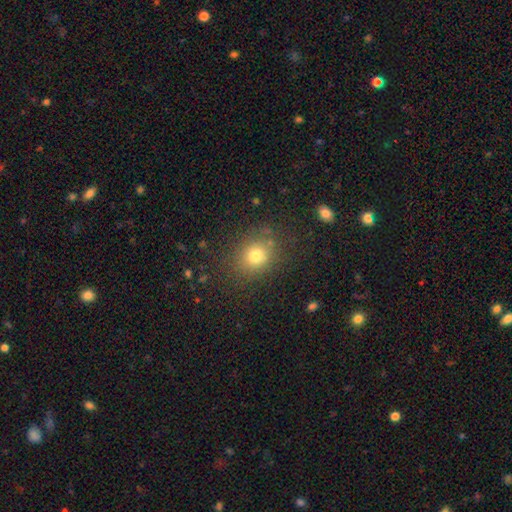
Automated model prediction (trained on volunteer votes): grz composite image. It shows a smooth galaxy with no disk features (76%) that is round (70%). Merging: none (81%).